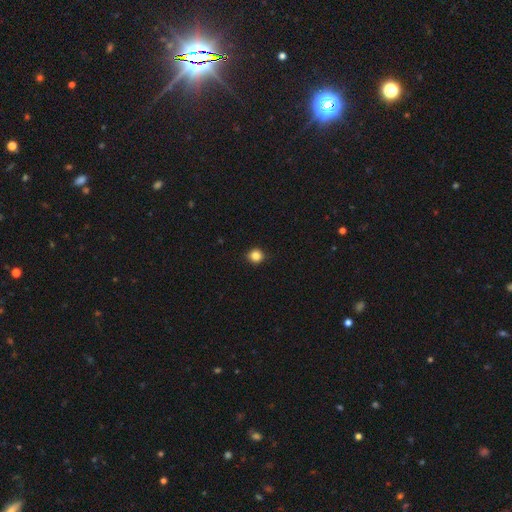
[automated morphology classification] Smooth or featured? smooth (85%)
How rounded? round (87%)
Merging? none (90%)